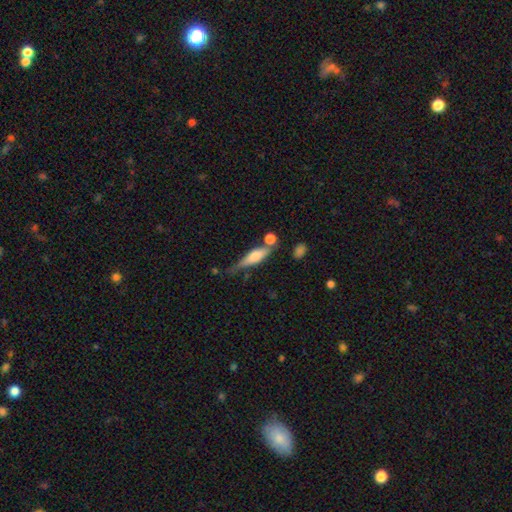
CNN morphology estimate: Smooth or featured? smooth (55%)
How rounded? cigar-shaped (61%)
Merging? none (51%)